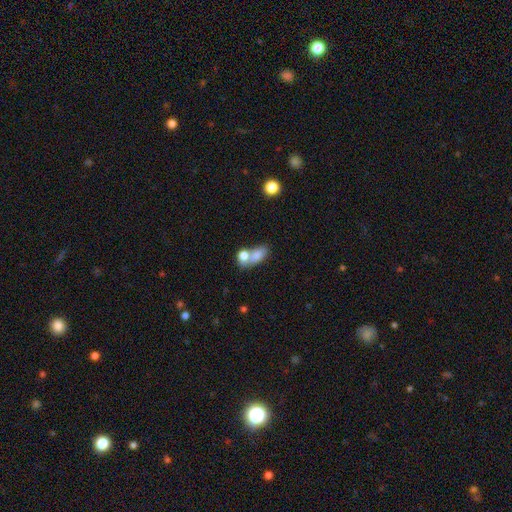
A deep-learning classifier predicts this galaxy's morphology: Q: Smooth or featured?
A: smooth (76%); runner-up: featured or disk (15%)
Q: How rounded?
A: in between (78%); runner-up: round (17%)
Q: Merging?
A: merger (56%); runner-up: none (28%)